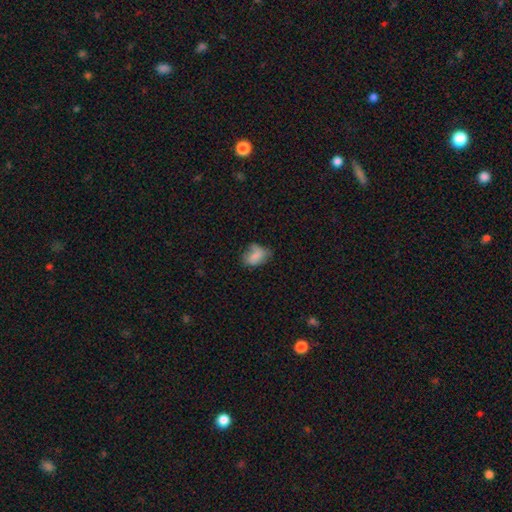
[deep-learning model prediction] Q: Smooth or featured?
A: smooth (72%); runner-up: featured or disk (19%)
Q: How rounded?
A: in between (81%); runner-up: round (17%)
Q: Merging?
A: none (44%); runner-up: minor disturbance (35%)